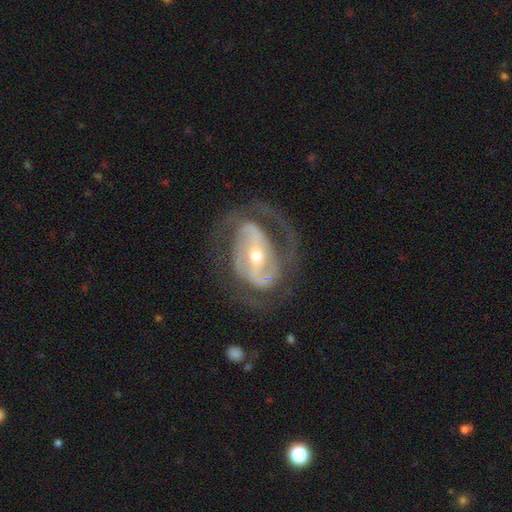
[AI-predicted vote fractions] Smooth or featured? featured or disk (88%)
Edge-on disk? no (96%)
Bar? strong (53%)
Spiral arms? yes (93%)
Spiral winding? medium (46%)
Spiral arm count? 2 (76%)
Bulge size? moderate (49%)
Merging? none (64%)